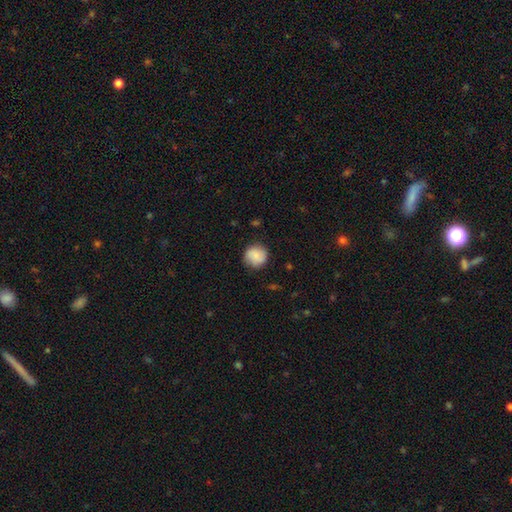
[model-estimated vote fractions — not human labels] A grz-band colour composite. It shows a smooth galaxy with no disk features (78%) that is round (91%). Merging: none (82%).